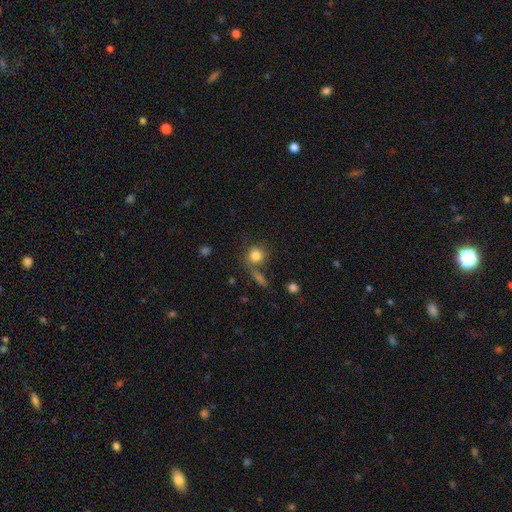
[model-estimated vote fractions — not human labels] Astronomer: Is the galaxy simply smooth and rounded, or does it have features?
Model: smooth — 82%.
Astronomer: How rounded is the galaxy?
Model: round — 78%.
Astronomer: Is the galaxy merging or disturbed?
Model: none — 63%.